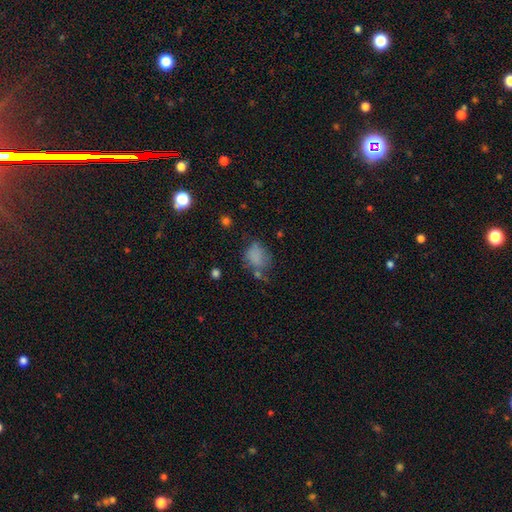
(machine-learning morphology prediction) Smooth or featured?
  - smooth: 74% *
  - star or artifact: 13%
  - featured or disk: 13%
How rounded?
  - in between: 54% *
  - round: 45%
  - cigar-shaped: 1%
Merging?
  - none: 45% *
  - minor disturbance: 28%
  - major disturbance: 18%
  - merger: 8%